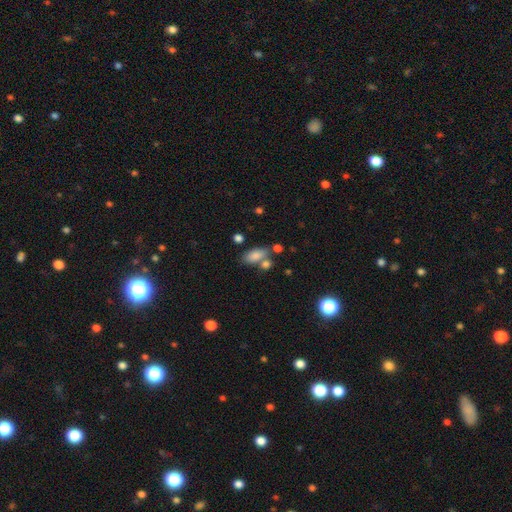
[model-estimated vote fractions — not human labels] A smooth galaxy with no disk features (83%) that is in between round and cigar-shaped (88%). Merging: none (57%).